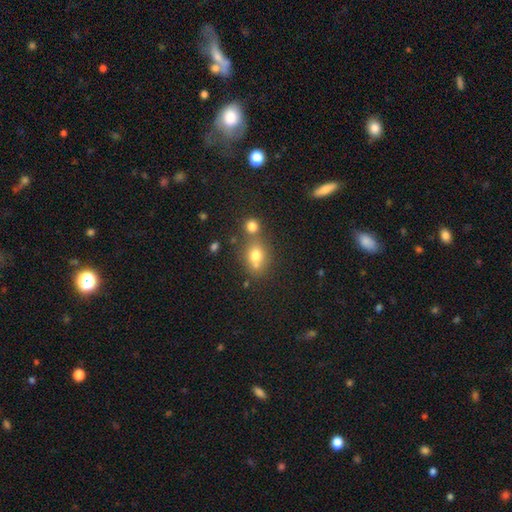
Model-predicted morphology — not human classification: Q: Smooth or featured?
A: smooth (73%); runner-up: star or artifact (13%)
Q: How rounded?
A: round (51%); runner-up: in between (47%)
Q: Merging?
A: none (51%); runner-up: merger (31%)